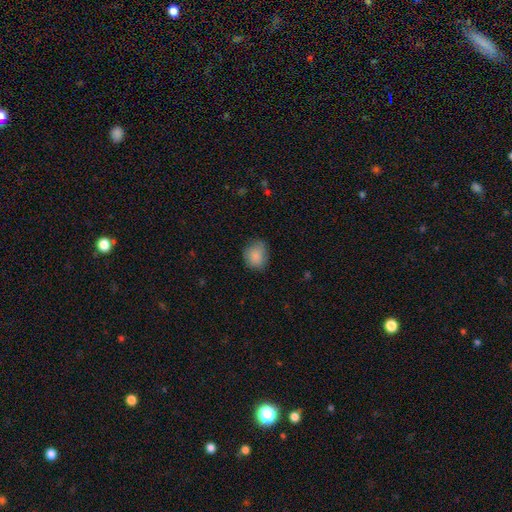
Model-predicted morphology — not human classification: This is clearly a smooth galaxy (87%). How rounded: likely round (66%). Merging: likely none (78%).